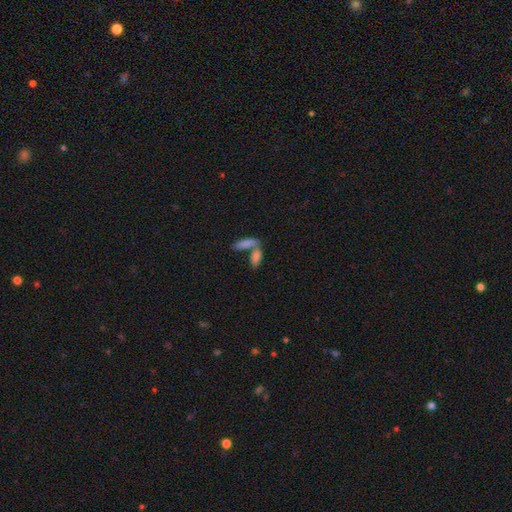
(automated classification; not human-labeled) Q: Smooth or featured?
A: smooth (75%); runner-up: featured or disk (15%)
Q: How rounded?
A: in between (61%); runner-up: cigar-shaped (36%)
Q: Merging?
A: merger (58%); runner-up: none (32%)